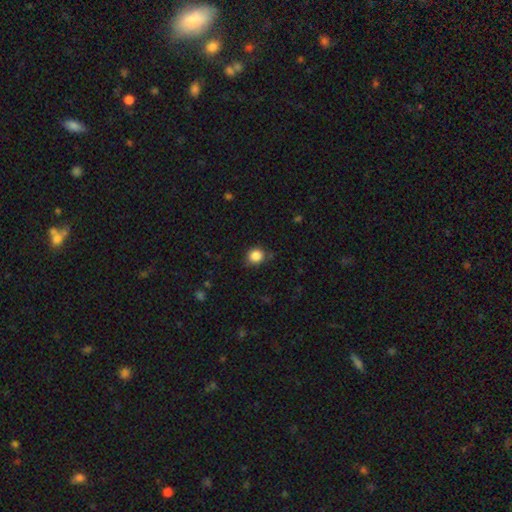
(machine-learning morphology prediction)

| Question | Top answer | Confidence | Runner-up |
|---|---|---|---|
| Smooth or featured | smooth | 85% | star or artifact (11%) |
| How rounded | round | 86% | in between (13%) |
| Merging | none | 79% | minor disturbance (16%) |